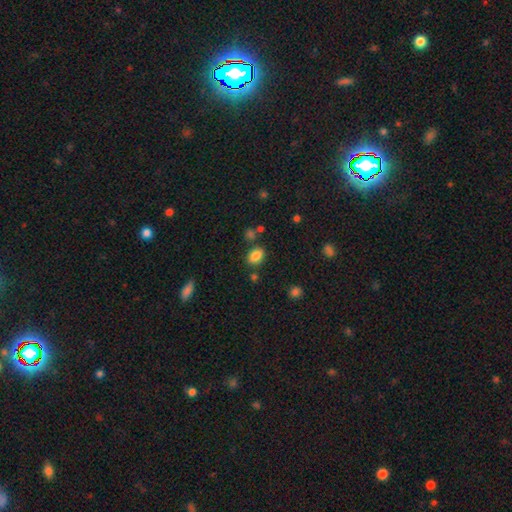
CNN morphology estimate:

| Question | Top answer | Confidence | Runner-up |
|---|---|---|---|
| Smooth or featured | smooth | 84% | star or artifact (10%) |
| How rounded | in between | 75% | round (24%) |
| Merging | none | 77% | minor disturbance (12%) |